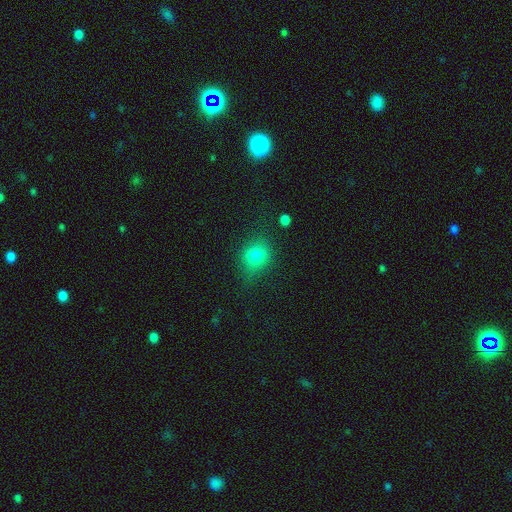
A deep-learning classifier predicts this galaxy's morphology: The model was most divided on "how rounded": round: 62%, in between: 36%, cigar-shaped: 2%. More confident: smooth or featured — smooth (79%); merging — none (66%).